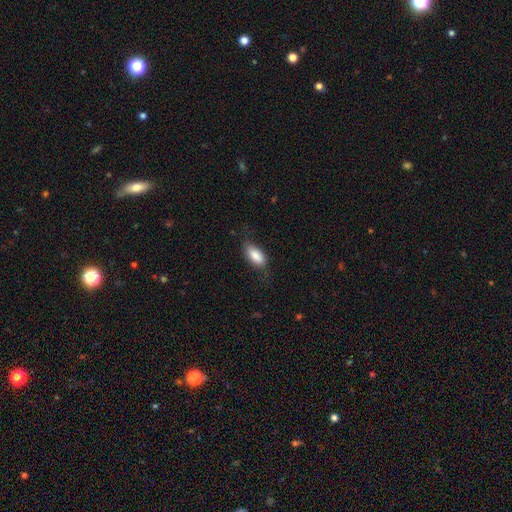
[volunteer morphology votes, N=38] A smooth galaxy with no disk features (87%) that is in between round and cigar-shaped (85%).

Vote fractions:
- Smooth or featured? smooth: 87% / featured or disk: 8% / star or artifact: 5%
- How rounded? in between: 85% / cigar-shaped: 9% / round: 6%
- Merging? none: 67% / minor disturbance: 25% / major disturbance: 6% / merger: 3%